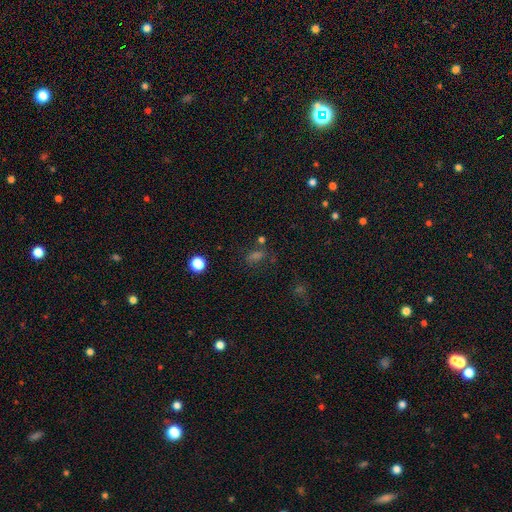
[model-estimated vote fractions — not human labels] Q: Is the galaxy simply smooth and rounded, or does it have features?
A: smooth — 48%.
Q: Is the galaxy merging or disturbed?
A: none — 65%.